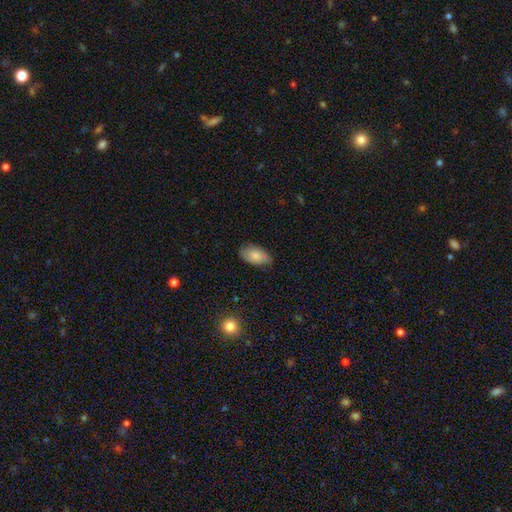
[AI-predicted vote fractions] Overall: smooth (78%). How rounded: in between (93%). Merging: none (73%).